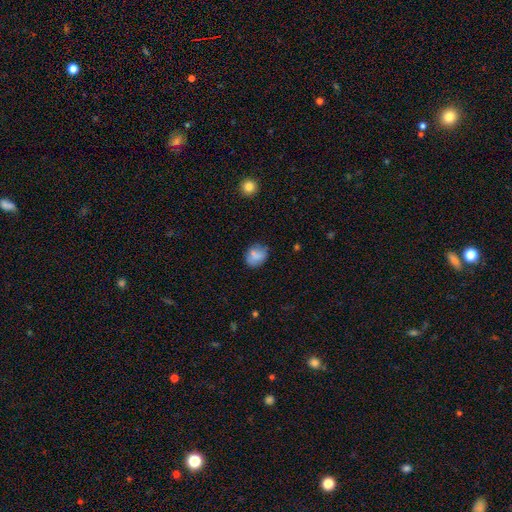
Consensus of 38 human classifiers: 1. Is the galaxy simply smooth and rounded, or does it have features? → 84% smooth, 8% featured or disk, 8% star or artifact.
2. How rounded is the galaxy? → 59% in between, 41% round, 0% cigar-shaped.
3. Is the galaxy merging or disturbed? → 77% none, 14% minor disturbance, 9% major disturbance, 0% merger.